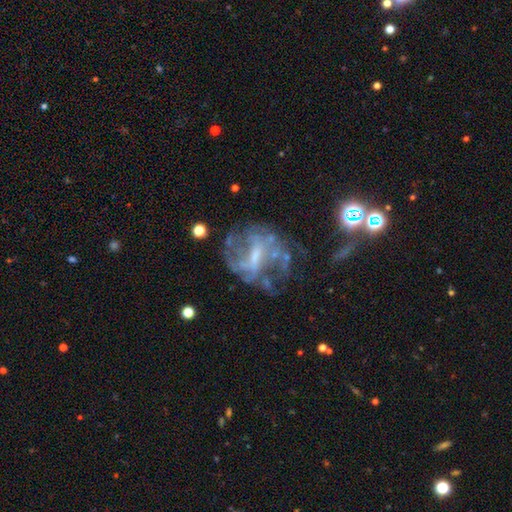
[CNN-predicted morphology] Smooth or featured?
  - featured or disk: 77% *
  - star or artifact: 13%
  - smooth: 11%
Edge-on disk?
  - no: 97% *
  - yes: 3%
Bar?
  - weak: 47% *
  - no: 28%
  - strong: 24%
Spiral arms?
  - yes: 66% *
  - no: 34%
Bulge size?
  - small: 38% *
  - moderate: 31%
  - none: 26%
  - large: 3%
  - dominant: 1%
Merging?
  - none: 47% *
  - major disturbance: 28%
  - minor disturbance: 19%
  - merger: 6%